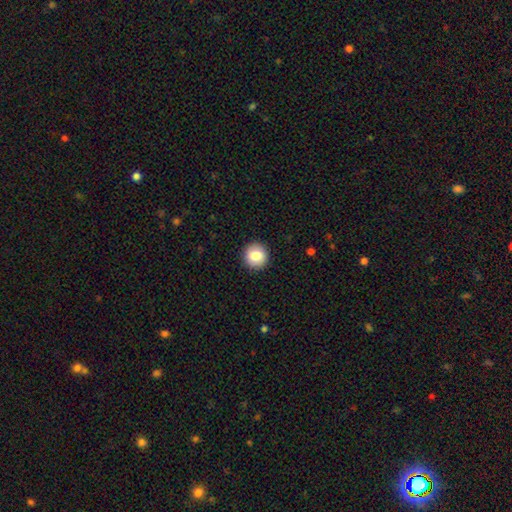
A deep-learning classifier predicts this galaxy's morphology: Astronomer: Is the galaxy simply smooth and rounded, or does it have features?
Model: smooth — 84%.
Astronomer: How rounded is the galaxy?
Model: round — 92%.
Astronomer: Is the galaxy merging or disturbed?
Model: none — 92%.